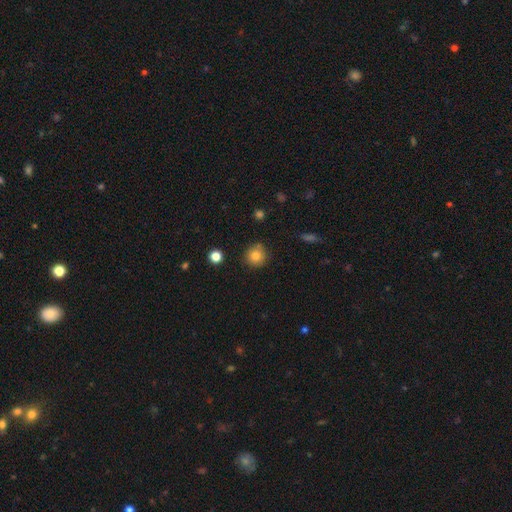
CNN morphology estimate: smooth 81%, star or artifact 11%, featured or disk 8%. Down the decision tree: how rounded — round (93%); merging — none (84%).